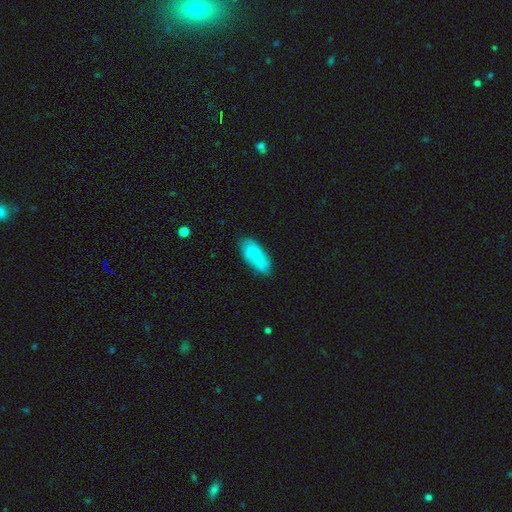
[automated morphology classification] smooth 57%, featured or disk 36%, star or artifact 7%. Down the decision tree: how rounded — in between (88%); merging — none (76%).